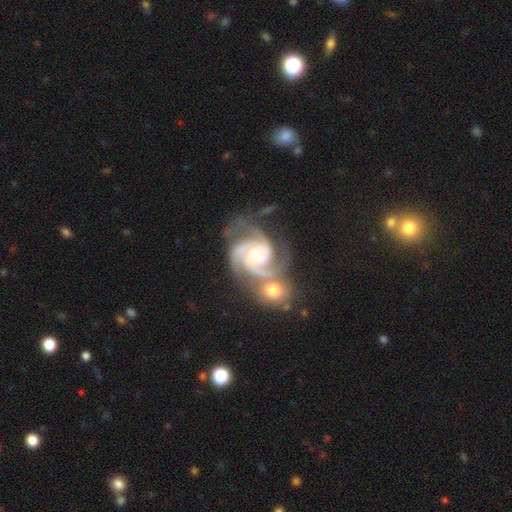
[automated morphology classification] Smooth or featured? Predicted: featured or disk (p=0.92). Edge-on disk? Predicted: no (p=0.98). Bar? Predicted: no (p=0.61). Spiral arms? Predicted: yes (p=0.98). Spiral winding? Predicted: tight (p=0.54). Spiral arm count? Predicted: 3 (p=0.56). Bulge size? Predicted: moderate (p=0.64). Merging? Predicted: merger (p=0.39).